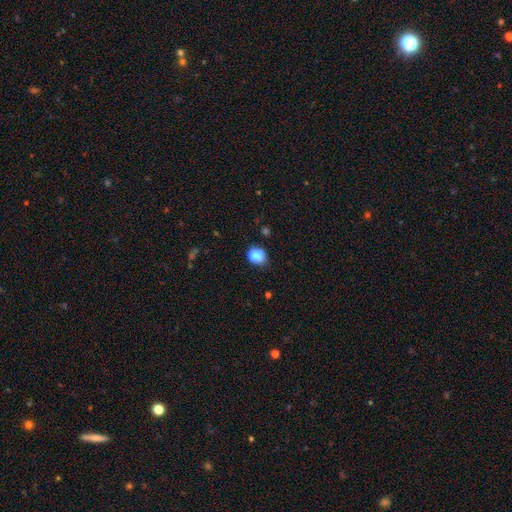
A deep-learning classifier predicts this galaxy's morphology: The model was most divided on "how rounded": round: 61%, in between: 38%, cigar-shaped: 1%. More confident: smooth or featured — smooth (84%); merging — none (71%).